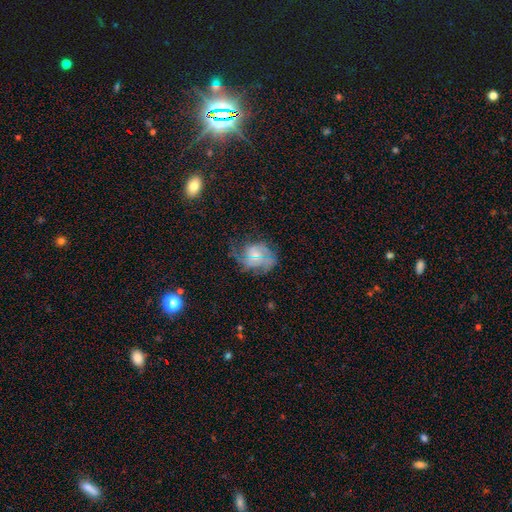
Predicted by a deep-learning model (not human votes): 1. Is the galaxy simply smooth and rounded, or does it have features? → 60% featured or disk, 30% smooth, 10% star or artifact.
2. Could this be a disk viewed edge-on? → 97% no, 3% yes.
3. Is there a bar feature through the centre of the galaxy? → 61% no, 33% weak, 6% strong.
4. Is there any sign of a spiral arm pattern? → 80% yes, 20% no.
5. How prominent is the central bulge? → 61% small, 28% moderate, 7% none, 2% large, 1% dominant.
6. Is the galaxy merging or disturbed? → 47% none, 26% minor disturbance, 24% major disturbance, 2% merger.